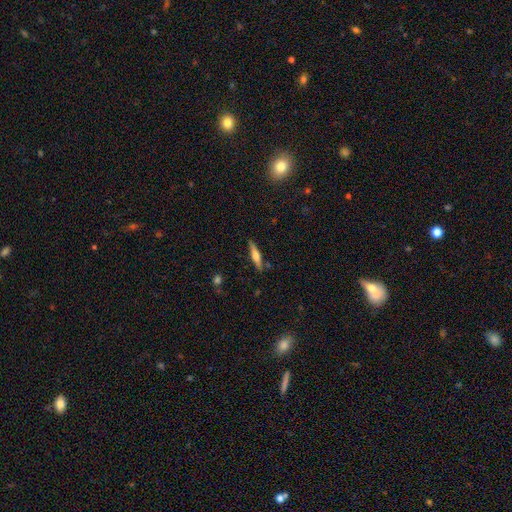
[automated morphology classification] smooth-or-featured: featured or disk: 52% | smooth: 42% | star or artifact: 6%
  disk-edge-on: yes: 96% | no: 4%
  merging: none: 85% | minor disturbance: 10% | merger: 2% | major disturbance: 2%